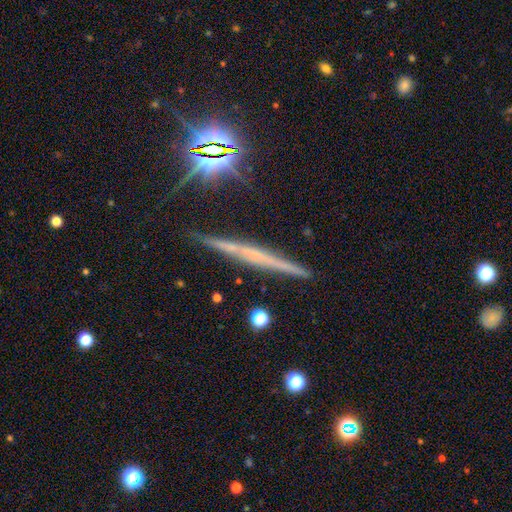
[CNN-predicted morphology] Smooth or featured? featured or disk (57%)
Edge-on disk? yes (97%)
Edge-on bulge? none (69%)
Merging? none (88%)